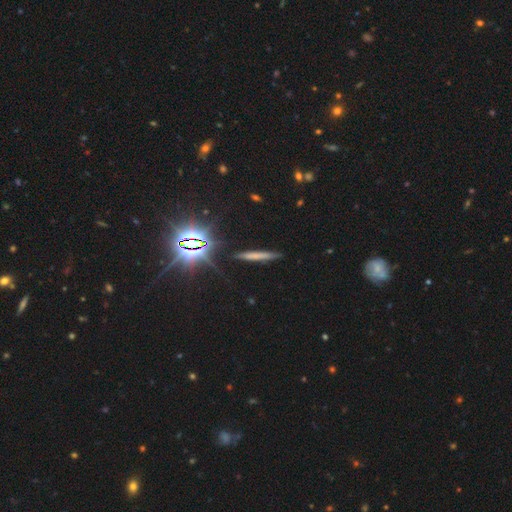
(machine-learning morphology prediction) Smooth or featured? smooth (54%)
How rounded? cigar-shaped (93%)
Merging? none (85%)